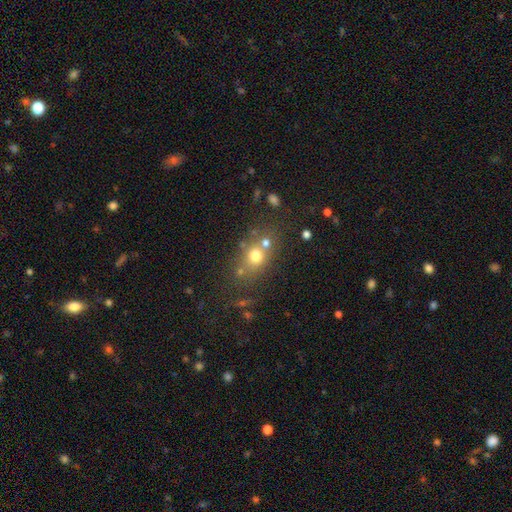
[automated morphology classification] Overall: smooth (67%). How rounded: round (61%; in between 37%). Merging: none (54%; merger 28%).